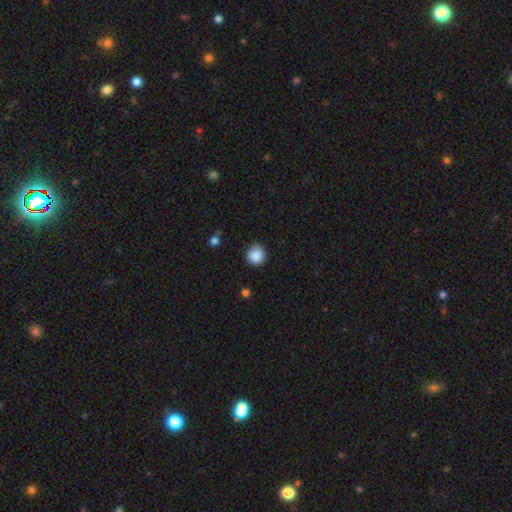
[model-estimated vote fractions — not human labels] smooth 88%, star or artifact 9%, featured or disk 3%. Down the decision tree: how rounded — round (92%); merging — none (84%).